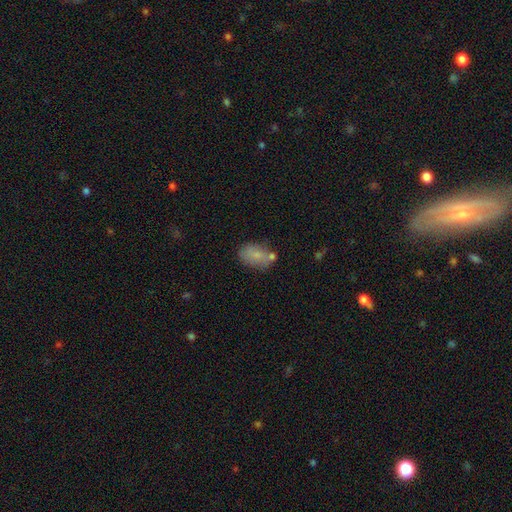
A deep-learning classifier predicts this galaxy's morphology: Overall: smooth (74%). How rounded: in between (84%). Merging: none (62%).